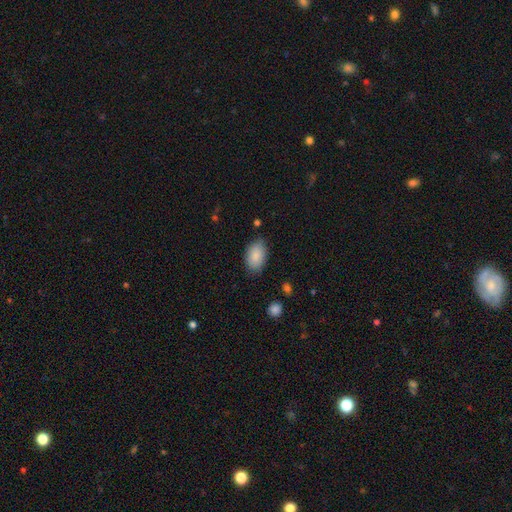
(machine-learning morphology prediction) Smooth or featured?
  - smooth: 88% *
  - star or artifact: 6%
  - featured or disk: 5%
How rounded?
  - in between: 93% *
  - round: 6%
  - cigar-shaped: 1%
Merging?
  - none: 80% *
  - minor disturbance: 15%
  - major disturbance: 3%
  - merger: 1%